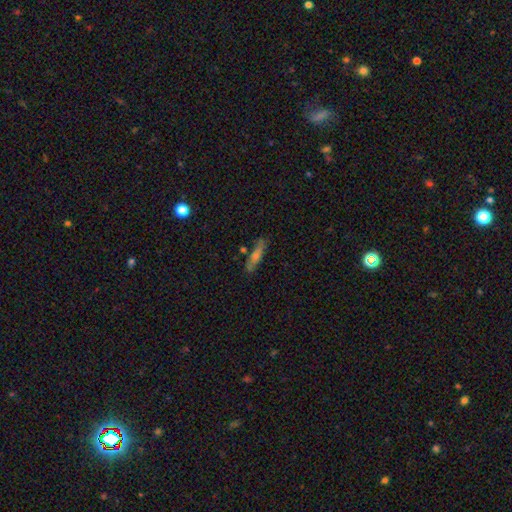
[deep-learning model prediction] Q: Smooth or featured?
A: smooth (47%); runner-up: featured or disk (41%)
Q: Merging?
A: none (80%); runner-up: minor disturbance (13%)